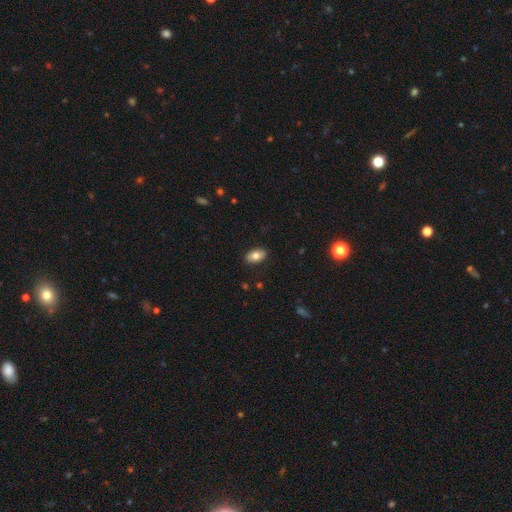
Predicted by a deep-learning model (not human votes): A smooth galaxy with no disk features (79%) that is in between round and cigar-shaped (92%). Merging: none (88%).